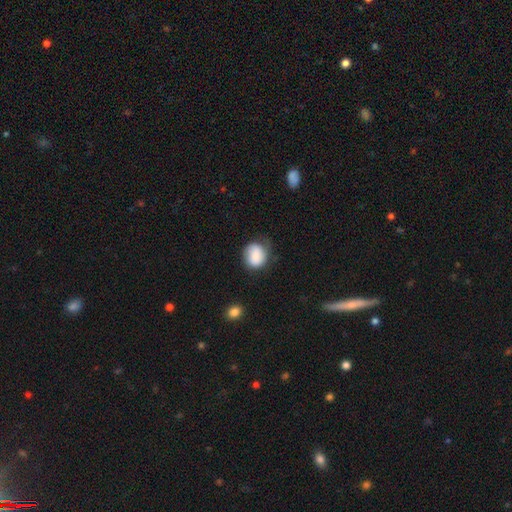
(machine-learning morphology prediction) type=smooth (78%); roundness=round (65%); merging=none (54%).